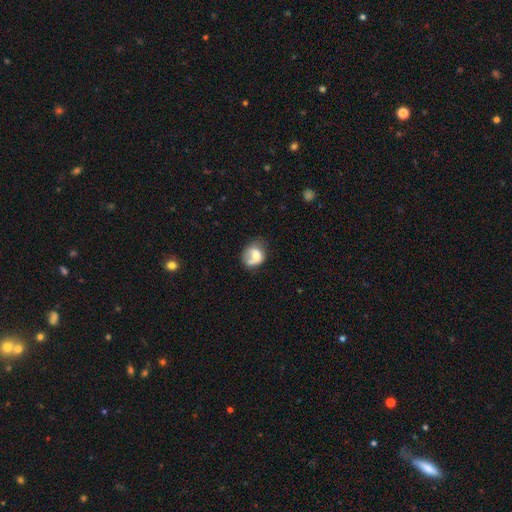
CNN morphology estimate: smooth-or-featured: smooth: 65% | featured or disk: 26% | star or artifact: 9%
  how-rounded: round: 55% | in between: 44% | cigar-shaped: 1%
  merging: none: 36% | minor disturbance: 28% | major disturbance: 20% | merger: 16%